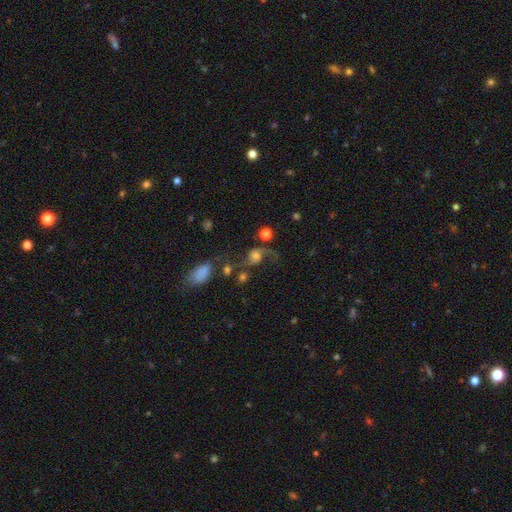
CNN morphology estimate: type=featured or disk (63%); edge-on=no (97%); bar=no (68%); spiral arms=yes (89%); winding=loose (81%); arm count=2 (69%); bulge=moderate (38%); merging=none (42%).